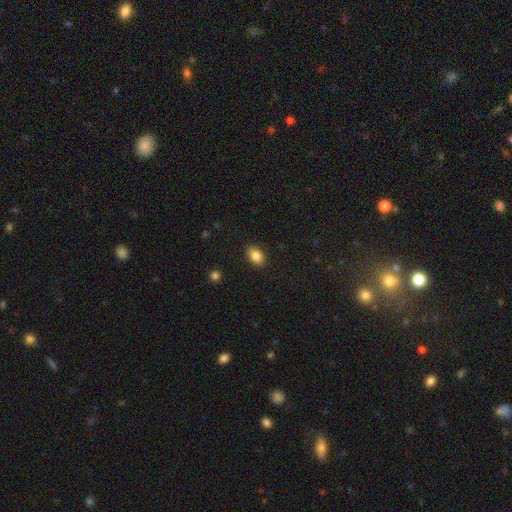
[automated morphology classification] The model was most divided on "how rounded": in between: 83%, round: 16%, cigar-shaped: 1%. More confident: merging — none (89%); smooth or featured — smooth (86%).